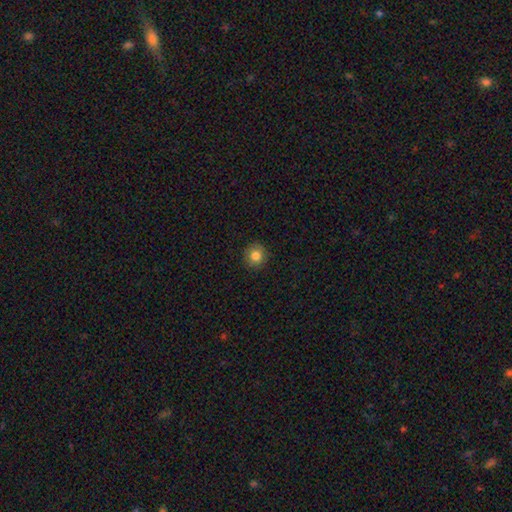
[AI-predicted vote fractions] smooth_or_featured: smooth (p=0.82) [alt: star or artifact p=0.11]
how_rounded: round (p=0.91) [alt: in between p=0.08]
merging: none (p=0.90) [alt: minor disturbance p=0.07]